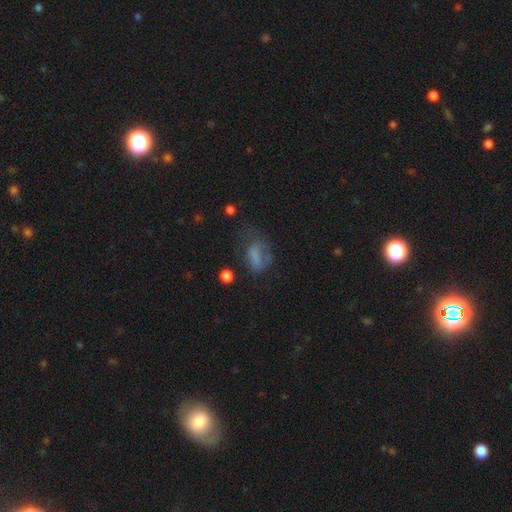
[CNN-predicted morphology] This is likely a smooth galaxy (60%). How rounded: likely in between (77%). Merging: marginally major disturbance (36%).